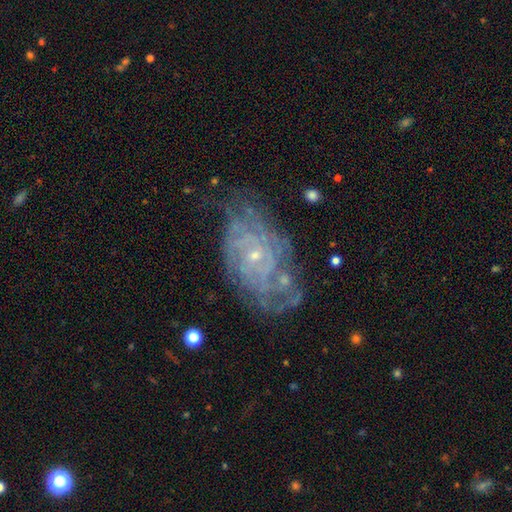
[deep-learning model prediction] Morphology: type=featured or disk (83%); edge-on=no (96%); bar=no (71%); spiral arms=yes (91%); winding=tight (73%); arm count=can't tell (47%); bulge=small (81%); merging=none (59%).